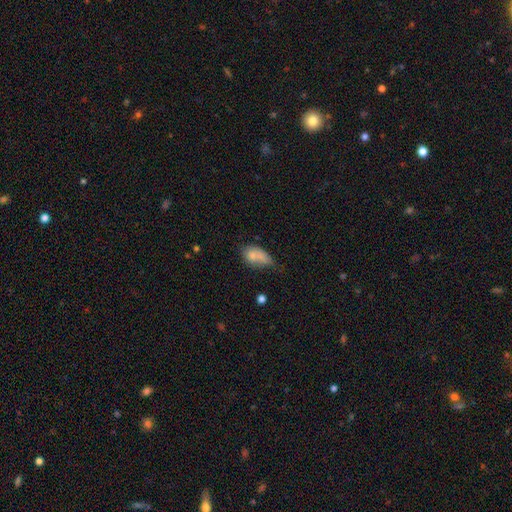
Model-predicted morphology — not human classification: smooth 76%, featured or disk 15%, star or artifact 10%. Down the decision tree: how rounded — in between (86%); merging — minor disturbance (34%).